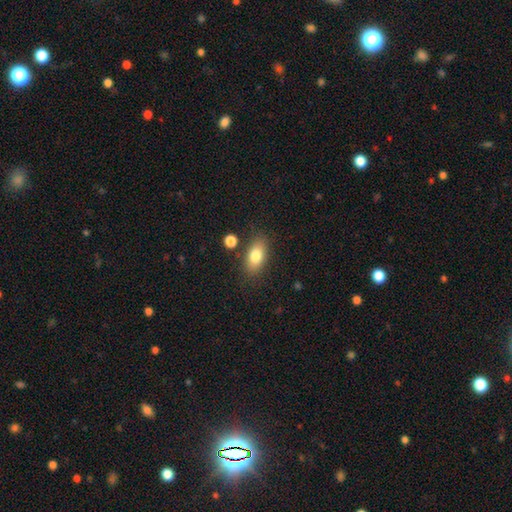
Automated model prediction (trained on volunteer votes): smooth 80%, featured or disk 12%, star or artifact 8%. Down the decision tree: how rounded — in between (86%); merging — none (81%).